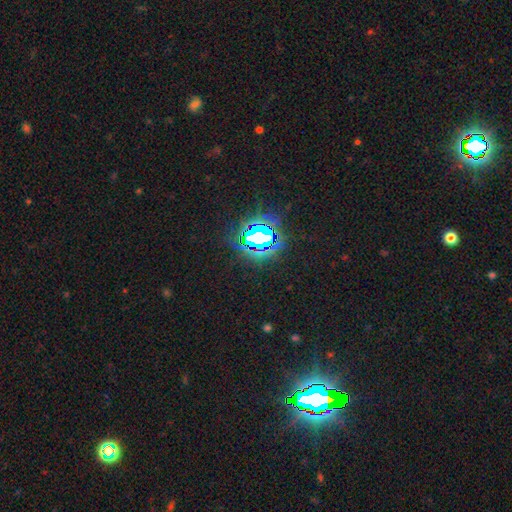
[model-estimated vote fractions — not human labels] This is clearly a star or artifact rather than a galaxy (83%).